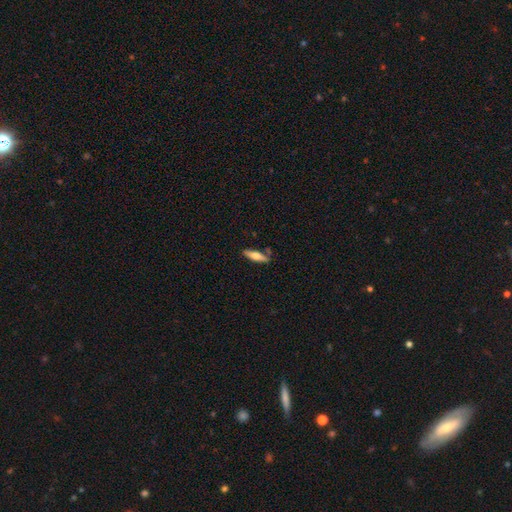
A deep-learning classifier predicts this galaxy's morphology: This appears to be a smooth galaxy with no disk features (59%) that is cigar-shaped (65%). Merging: none (79%).